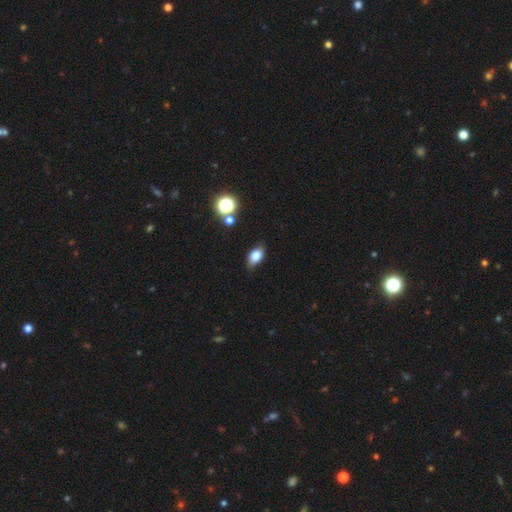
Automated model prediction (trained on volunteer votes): Smooth or featured? smooth (76%)
How rounded? in between (85%)
Merging? none (79%)